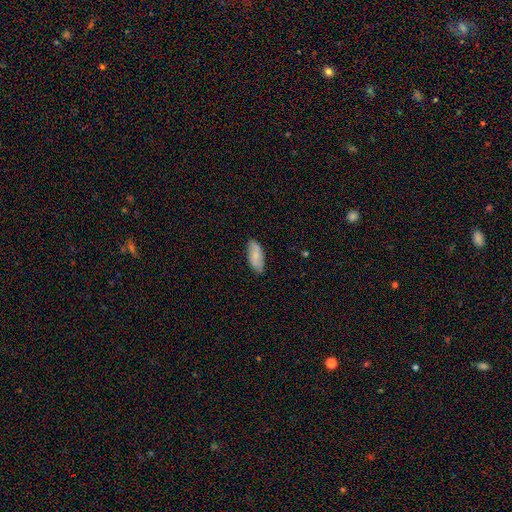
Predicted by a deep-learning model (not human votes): A smooth galaxy with no disk features (75%) that is in between round and cigar-shaped (85%). Merging: none (82%).